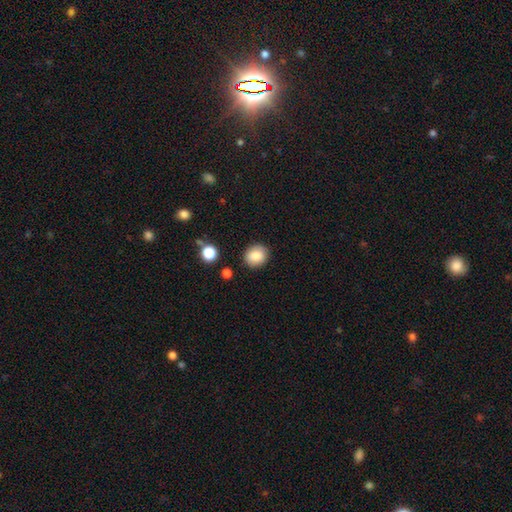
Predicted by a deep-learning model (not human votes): This appears to be a smooth galaxy with no disk features (85%) that is round (66%). Merging: none (85%).